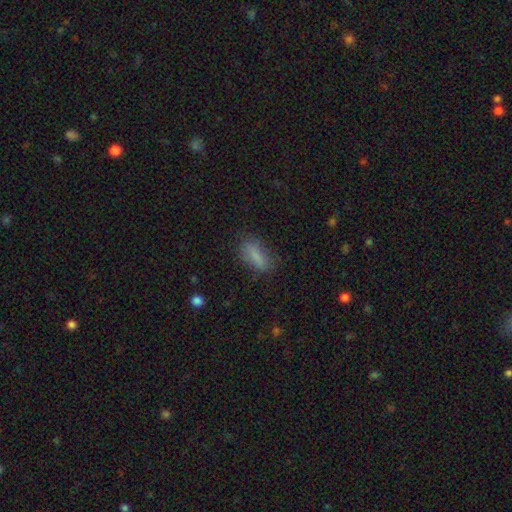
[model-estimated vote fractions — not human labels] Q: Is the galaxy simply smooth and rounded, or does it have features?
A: smooth — 80%.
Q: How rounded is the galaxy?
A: in between — 63%.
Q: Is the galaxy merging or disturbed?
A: none — 72%.